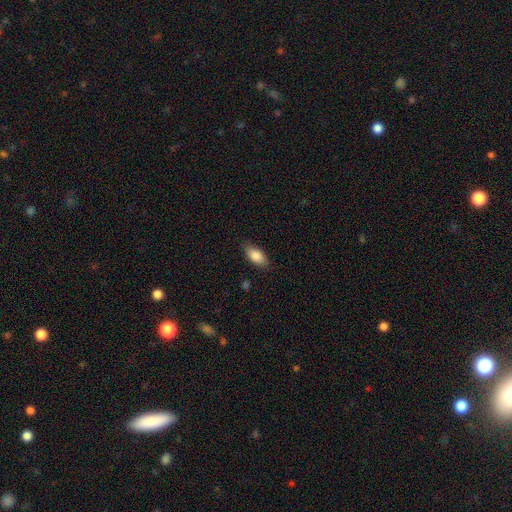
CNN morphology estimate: Smooth or featured? Predicted: smooth (p=0.85). How rounded? Predicted: in between (p=0.90). Merging? Predicted: none (p=0.84).